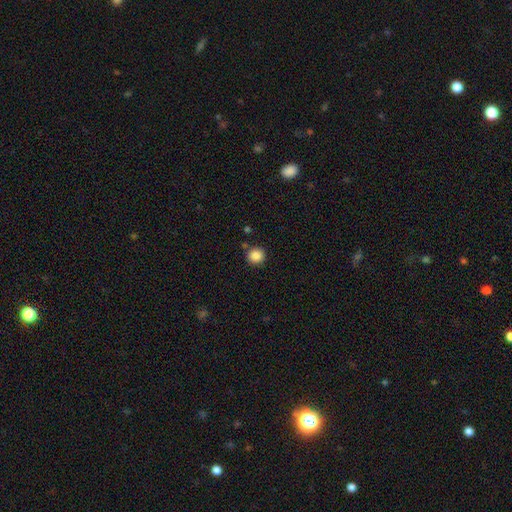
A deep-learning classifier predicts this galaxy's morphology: Smooth or featured? Predicted: smooth (p=0.87). How rounded? Predicted: round (p=0.93). Merging? Predicted: none (p=0.86).